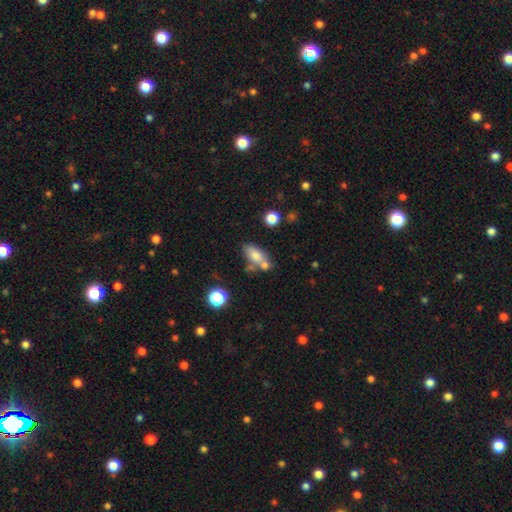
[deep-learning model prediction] smooth 74%, featured or disk 16%, star or artifact 10%. Down the decision tree: how rounded — in between (84%); merging — none (46%).